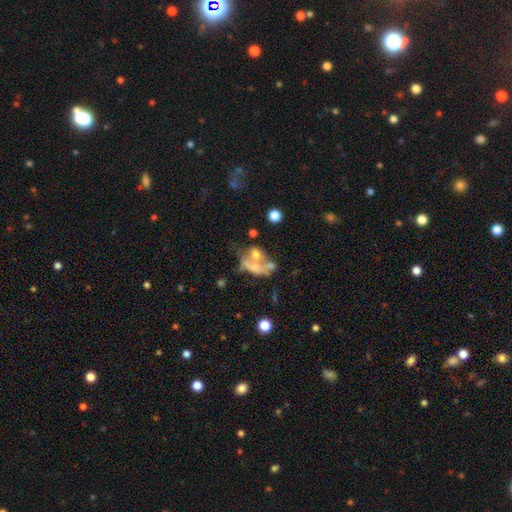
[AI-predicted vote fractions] Smooth or featured? featured or disk (48%)
Merging? merger (47%)